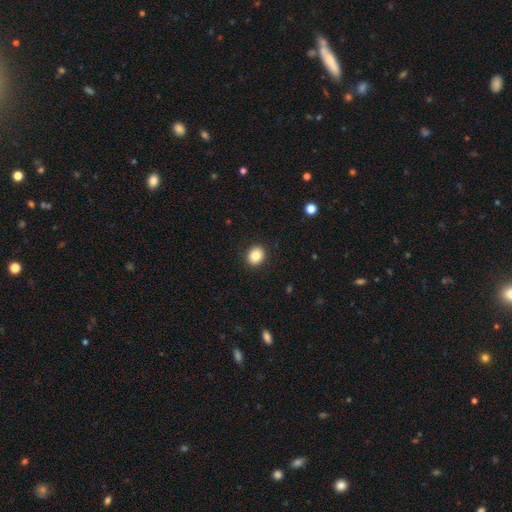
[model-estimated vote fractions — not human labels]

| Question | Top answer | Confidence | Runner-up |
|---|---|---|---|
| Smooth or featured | smooth | 84% | star or artifact (9%) |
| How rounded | round | 69% | in between (30%) |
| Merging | none | 92% | minor disturbance (6%) |